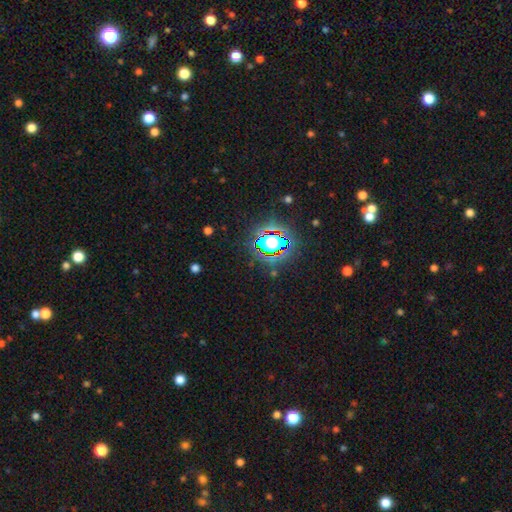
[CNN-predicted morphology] type=star or artifact (79%).